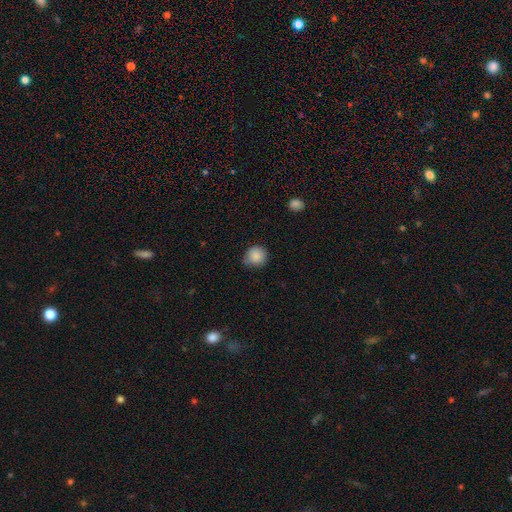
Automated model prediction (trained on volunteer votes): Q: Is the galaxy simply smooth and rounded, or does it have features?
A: smooth — 87%.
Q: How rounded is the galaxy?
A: round — 91%.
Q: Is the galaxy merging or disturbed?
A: none — 76%.